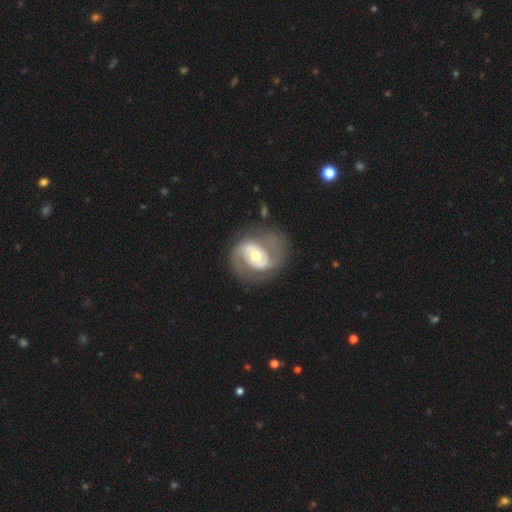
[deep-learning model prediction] A featured or disk galaxy (81%) with no bar (52%), 2 (82%) medium (42%) spiral arms (86%) and a moderate central bulge (70%).

Vote fractions:
- Smooth or featured? featured or disk: 81% / smooth: 14% / star or artifact: 4%
- Edge-on disk? no: 97% / yes: 3%
- Bar? no: 52% / weak: 33% / strong: 14%
- Spiral arms? yes: 86% / no: 14%
- Spiral winding? medium: 42% / tight: 41% / loose: 16%
- Spiral arm count? 2: 82% / can't tell: 9% / 1: 5% / 3: 2% / 4: 1% / more than 4: 1%
- Bulge size? moderate: 70% / small: 15% / large: 12% / dominant: 1% / none: 1%
- Merging? none: 69% / minor disturbance: 17% / major disturbance: 13% / merger: 2%